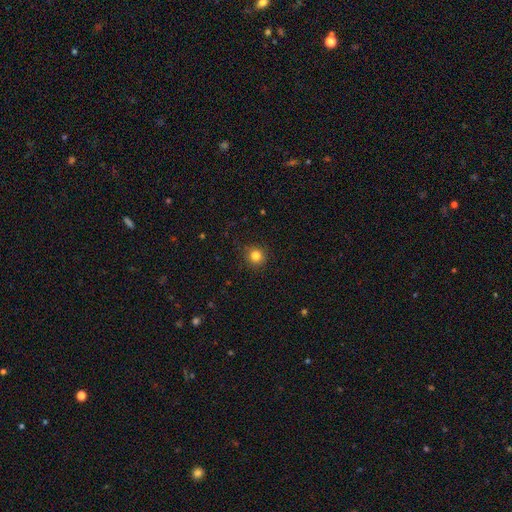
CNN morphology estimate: Overall: smooth (82%). How rounded: round (93%). Merging: none (89%).